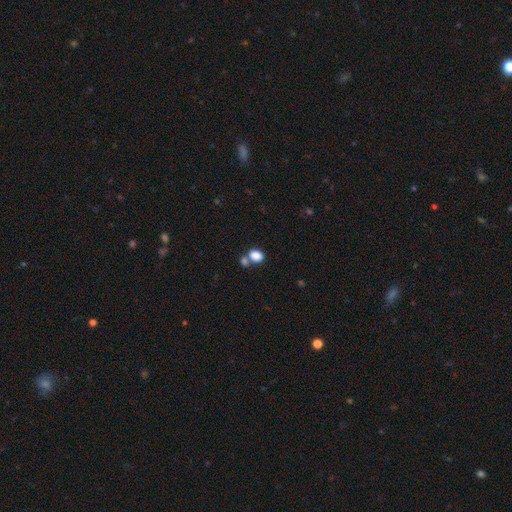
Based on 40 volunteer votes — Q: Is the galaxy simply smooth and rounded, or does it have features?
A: smooth — 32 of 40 (80%).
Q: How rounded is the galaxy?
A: in between — 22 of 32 (69%).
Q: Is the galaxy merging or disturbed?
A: merger — 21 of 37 (57%).